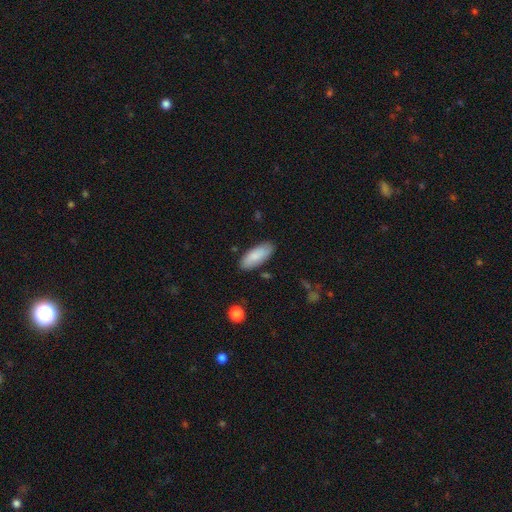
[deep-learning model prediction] Smooth or featured: smooth — 83% (featured or disk — 11%)
How rounded: in between — 81% (cigar-shaped — 17%)
Merging: none — 84% (minor disturbance — 12%)